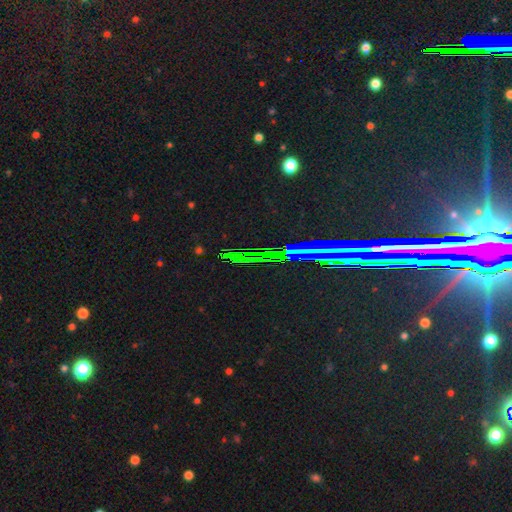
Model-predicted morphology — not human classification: Q: Smooth or featured?
A: star or artifact (78%); runner-up: smooth (11%)